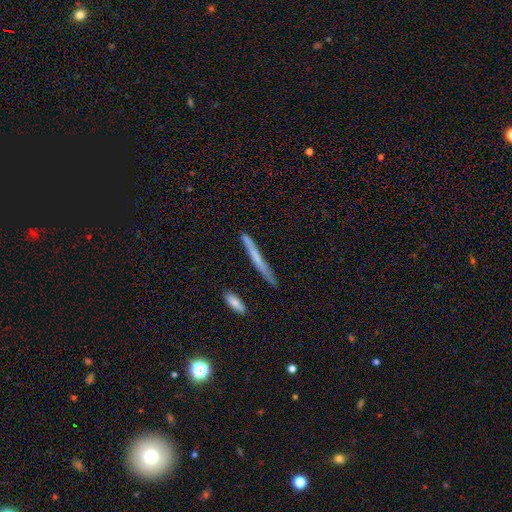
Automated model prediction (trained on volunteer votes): Smooth or featured? Predicted: smooth (p=0.57). How rounded? Predicted: cigar-shaped (p=0.96). Merging? Predicted: none (p=0.83).